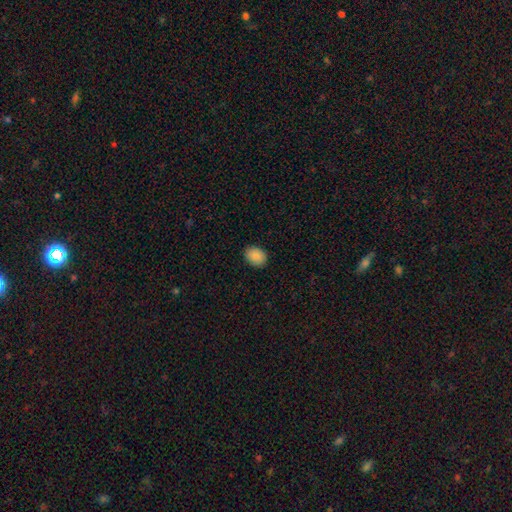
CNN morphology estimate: smooth_or_featured: smooth (p=0.87) [alt: star or artifact p=0.08]
how_rounded: in between (p=0.60) [alt: round p=0.39]
merging: none (p=0.89) [alt: minor disturbance p=0.08]